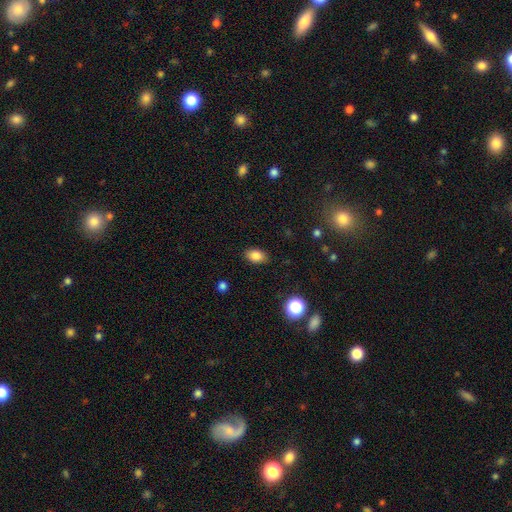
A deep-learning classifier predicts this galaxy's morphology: A smooth galaxy with no disk features (84%) that is in between round and cigar-shaped (85%). Merging: none (87%).